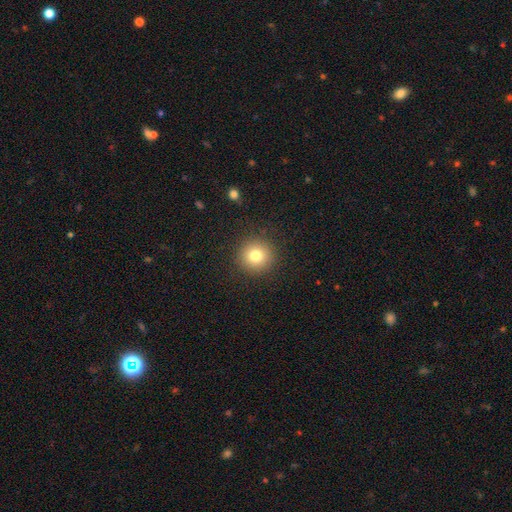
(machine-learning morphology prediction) Smooth or featured? smooth (79%)
How rounded? round (95%)
Merging? none (91%)